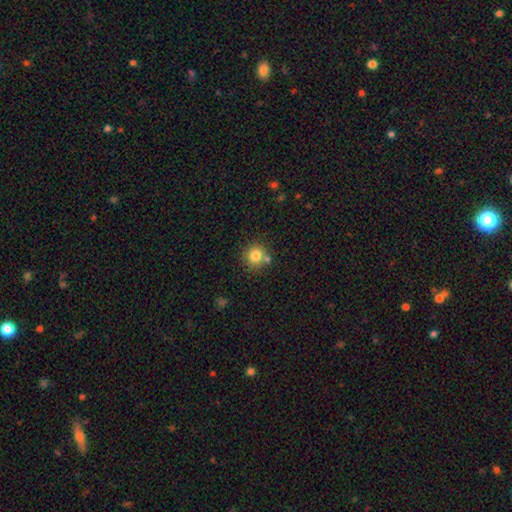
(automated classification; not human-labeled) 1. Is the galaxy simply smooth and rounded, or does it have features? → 81% smooth, 11% star or artifact, 8% featured or disk.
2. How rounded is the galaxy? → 90% round, 9% in between, 1% cigar-shaped.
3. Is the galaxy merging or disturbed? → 72% none, 15% merger, 10% minor disturbance, 3% major disturbance.